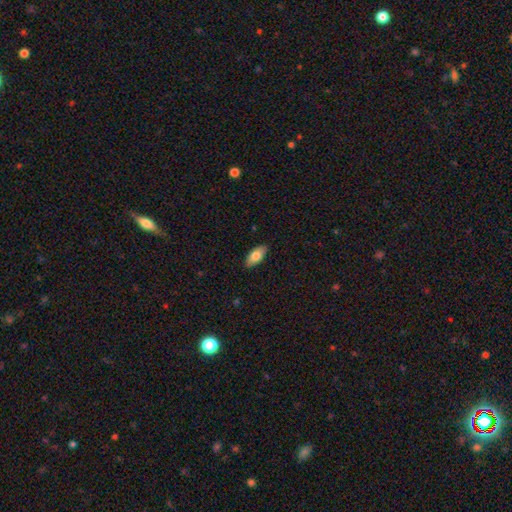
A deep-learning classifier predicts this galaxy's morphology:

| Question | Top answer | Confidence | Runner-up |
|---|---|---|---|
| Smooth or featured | smooth | 82% | featured or disk (12%) |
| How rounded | in between | 88% | cigar-shaped (10%) |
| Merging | none | 89% | minor disturbance (9%) |